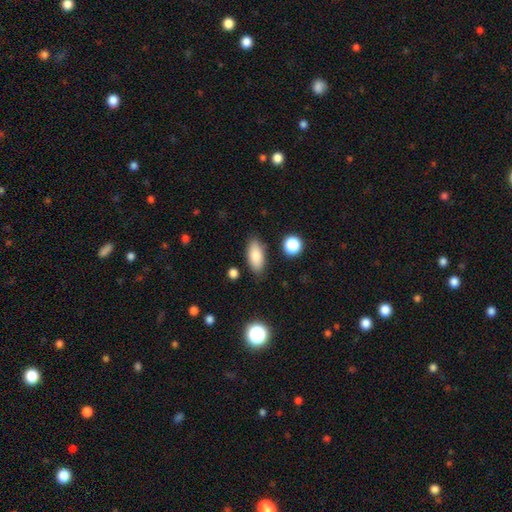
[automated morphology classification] smooth 82%, featured or disk 10%, star or artifact 8%. Down the decision tree: how rounded — in between (85%); merging — none (84%).